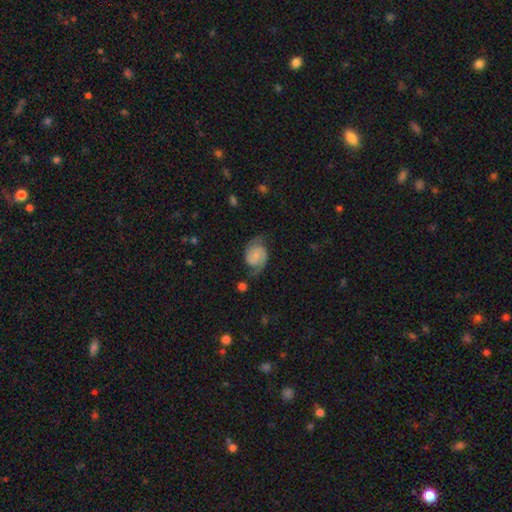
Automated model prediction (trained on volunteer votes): The model was most divided on "bulge size": small: 45%, none: 36%, moderate: 14%, large: 3%, dominant: 2%. Remaining: edge-on disk — no (98%); spiral arms — yes (96%); spiral arm count — 2 (90%); smooth or featured — featured or disk (78%); merging — none (67%); bar — no (57%); spiral winding — medium (48%).